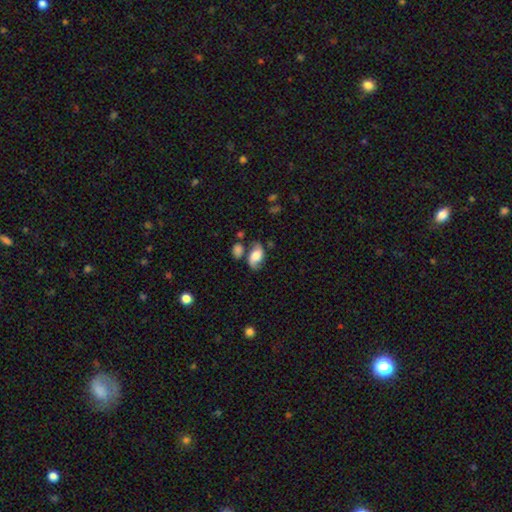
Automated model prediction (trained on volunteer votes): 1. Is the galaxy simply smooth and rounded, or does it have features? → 48% featured or disk, 44% smooth, 9% star or artifact.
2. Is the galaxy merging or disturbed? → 54% none, 22% minor disturbance, 13% merger, 10% major disturbance.